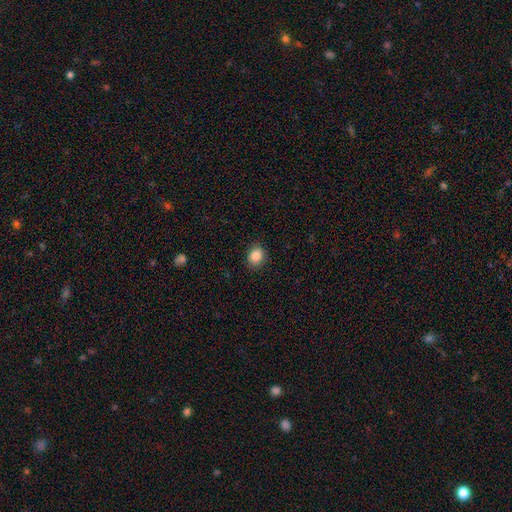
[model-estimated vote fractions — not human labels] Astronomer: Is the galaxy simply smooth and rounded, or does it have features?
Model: smooth — 87%.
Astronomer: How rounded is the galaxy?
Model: round — 53% (runner-up: in between, 46%).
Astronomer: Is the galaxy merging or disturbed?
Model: none — 87%.